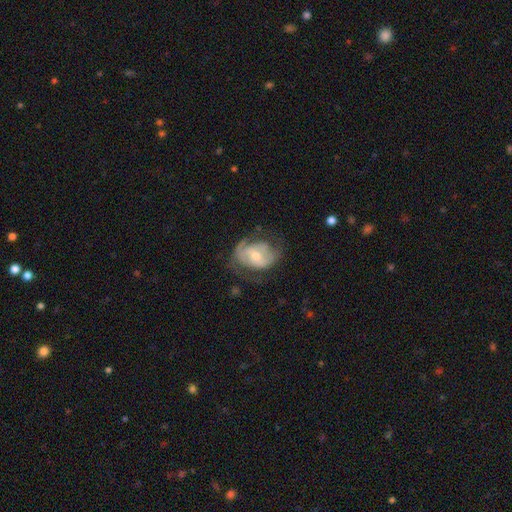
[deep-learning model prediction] Overall: featured or disk (64%; smooth 29%). Edge-on disk: no (96%). Bar: no (45%; weak 38%). Spiral arms: yes (66%; no 34%). Bulge size: moderate (55%; small 39%). Merging: none (47%; minor disturbance 27%).